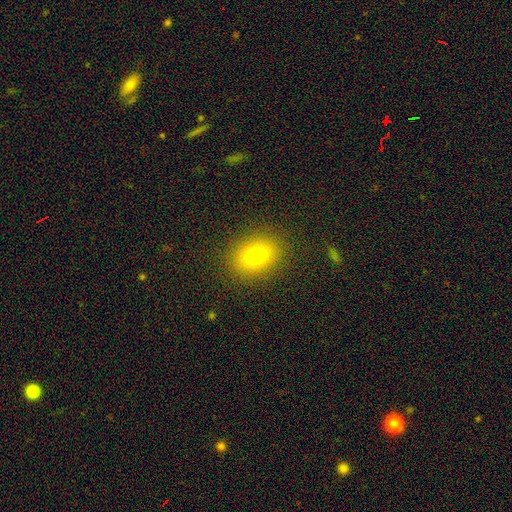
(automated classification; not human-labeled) smooth_or_featured: smooth (p=0.75) [alt: star or artifact p=0.13]
how_rounded: in between (p=0.53) [alt: round p=0.46]
merging: none (p=0.88) [alt: minor disturbance p=0.08]